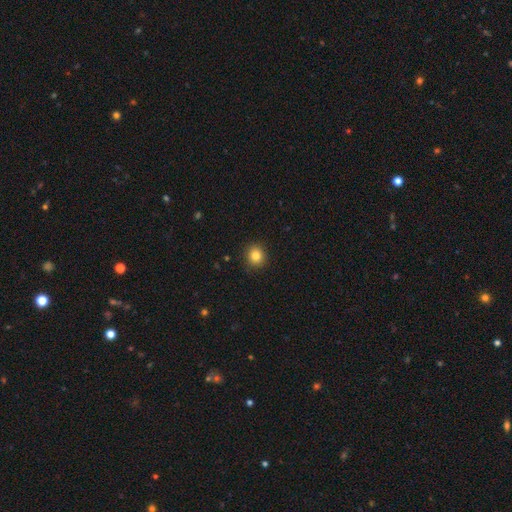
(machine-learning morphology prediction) This is clearly a smooth galaxy (83%). How rounded: clearly round (88%). Merging: clearly none (91%).